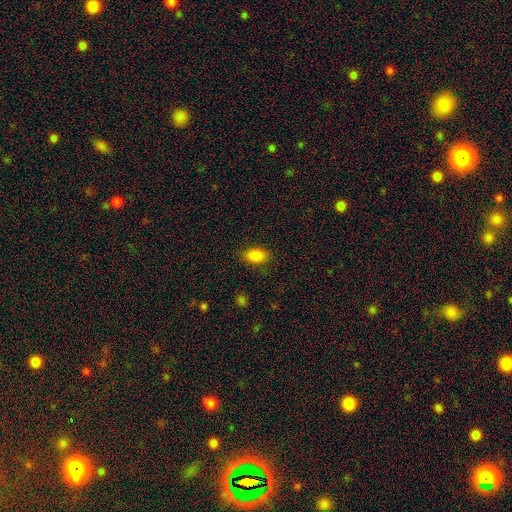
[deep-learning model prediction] A smooth galaxy with no disk features (85%) that is in between round and cigar-shaped (85%).

Vote fractions:
- Smooth or featured? smooth: 85% / star or artifact: 9% / featured or disk: 6%
- How rounded? in between: 85% / round: 13% / cigar-shaped: 2%
- Merging? none: 85% / minor disturbance: 11% / major disturbance: 3% / merger: 1%